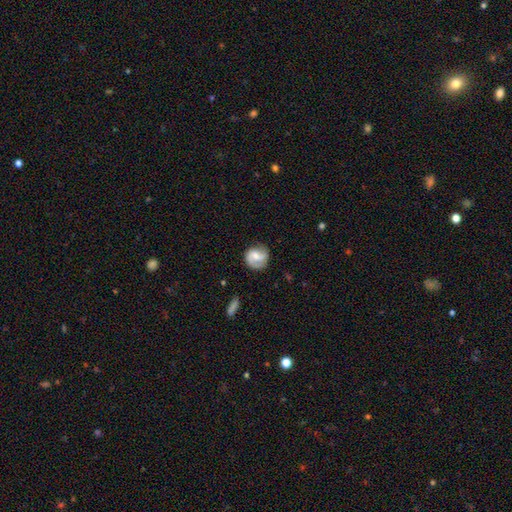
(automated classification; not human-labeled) featured or disk 59%, smooth 34%, star or artifact 7%. Down the decision tree: edge-on disk — no (97%); bar — no (44%, tied with weak); spiral arms — yes (89%); spiral arm count — 2 (73%); spiral winding — medium (44%); bulge size — moderate (50%); merging — none (71%).